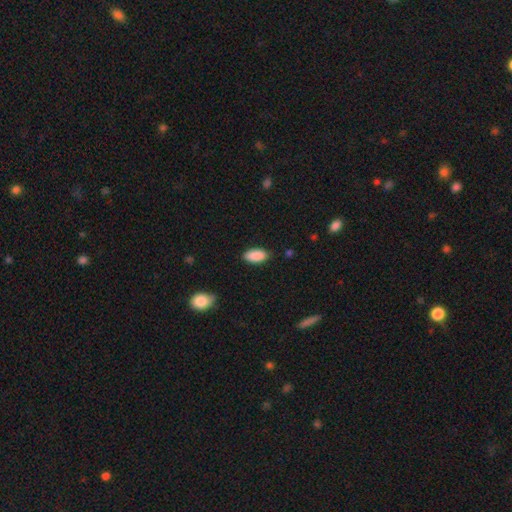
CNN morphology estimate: Overall: smooth (90%). How rounded: in between (93%). Merging: none (85%).